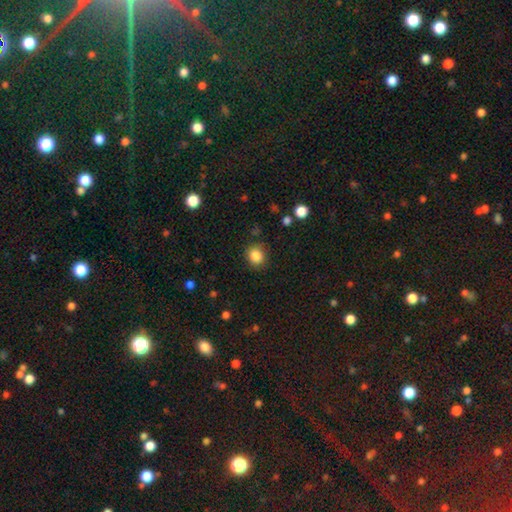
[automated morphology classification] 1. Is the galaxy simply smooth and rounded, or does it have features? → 86% smooth, 10% star or artifact, 4% featured or disk.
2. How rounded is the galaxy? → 77% round, 22% in between, 1% cigar-shaped.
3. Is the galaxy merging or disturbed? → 86% none, 10% minor disturbance, 3% major disturbance, 2% merger.